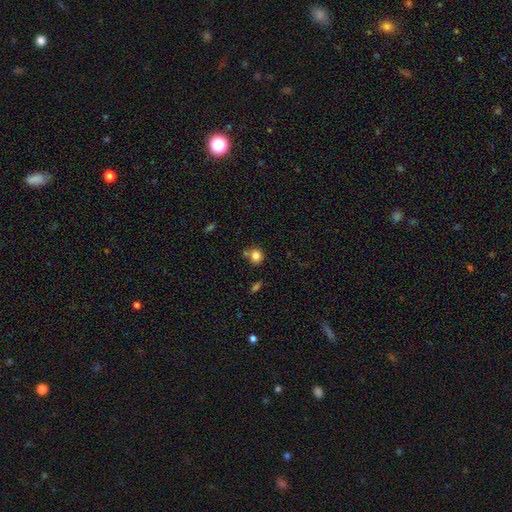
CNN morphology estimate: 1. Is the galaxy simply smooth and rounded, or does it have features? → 82% smooth, 11% star or artifact, 7% featured or disk.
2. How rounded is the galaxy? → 81% round, 18% in between, 1% cigar-shaped.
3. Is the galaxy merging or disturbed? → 66% none, 17% merger, 13% minor disturbance, 4% major disturbance.